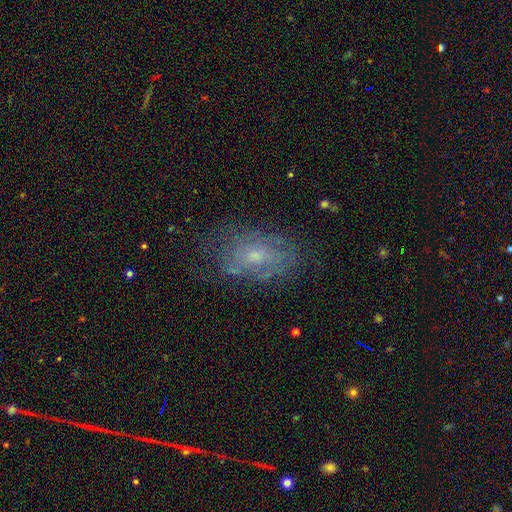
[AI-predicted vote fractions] A featured or disk galaxy (51%). Merging: none (67%).